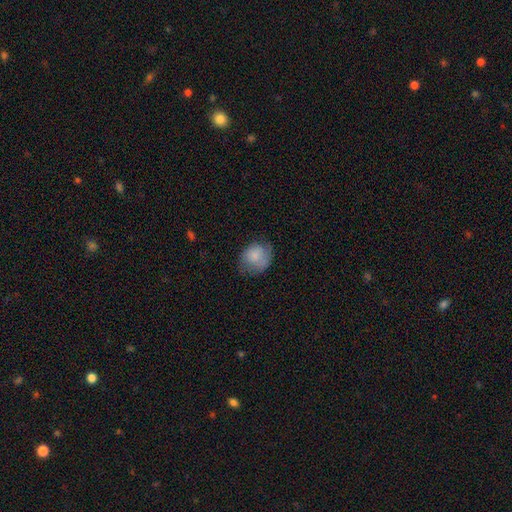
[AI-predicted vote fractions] smooth 78%, featured or disk 14%, star or artifact 7%. Down the decision tree: how rounded — round (60%); merging — none (55%).